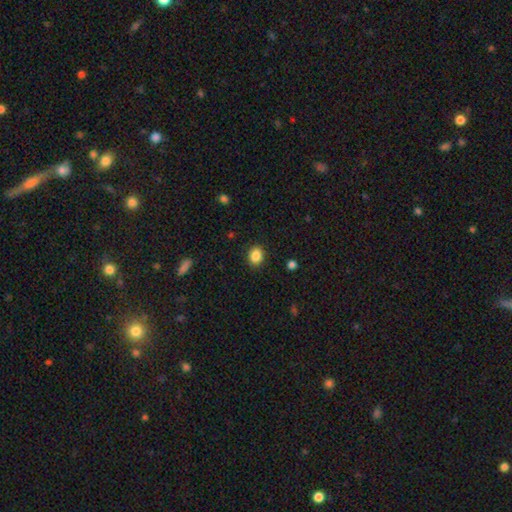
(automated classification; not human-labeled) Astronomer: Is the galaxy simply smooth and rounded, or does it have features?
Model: smooth — 87%.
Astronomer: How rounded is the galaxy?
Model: round — 50%, tied with in between at 50%.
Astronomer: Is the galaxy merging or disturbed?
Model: none — 89%.